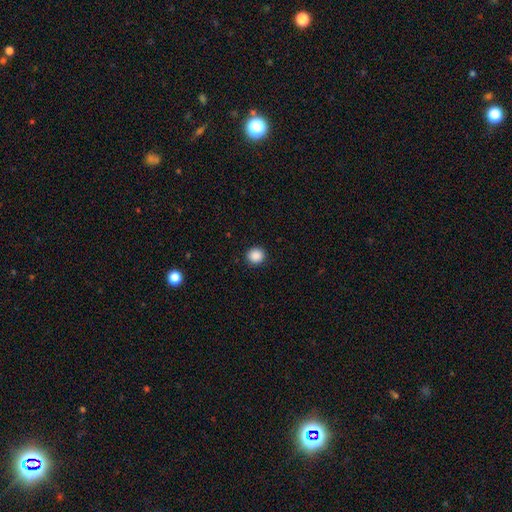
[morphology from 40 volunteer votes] smooth_or_featured: smooth (p=0.93) [alt: featured or disk p=0.05]
how_rounded: round (p=1.00)
merging: none (p=0.87) [alt: minor disturbance p=0.13]